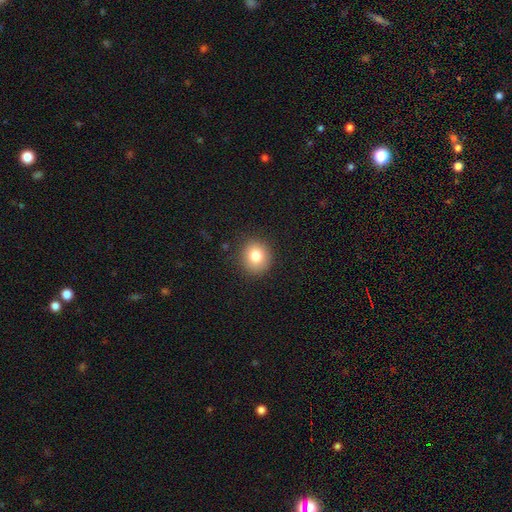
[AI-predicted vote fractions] Smooth or featured? smooth (80%)
How rounded? round (83%)
Merging? none (89%)